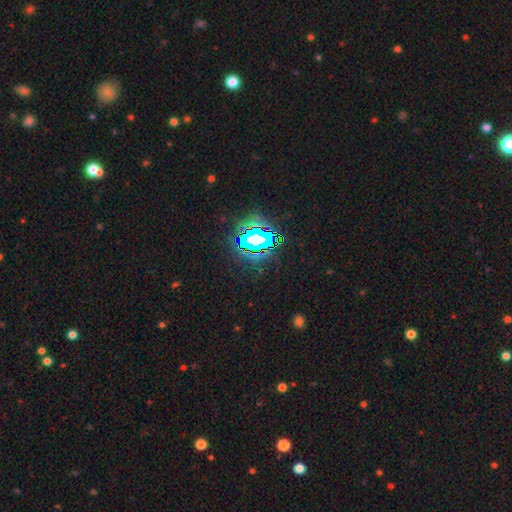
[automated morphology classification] type=star or artifact (84%).